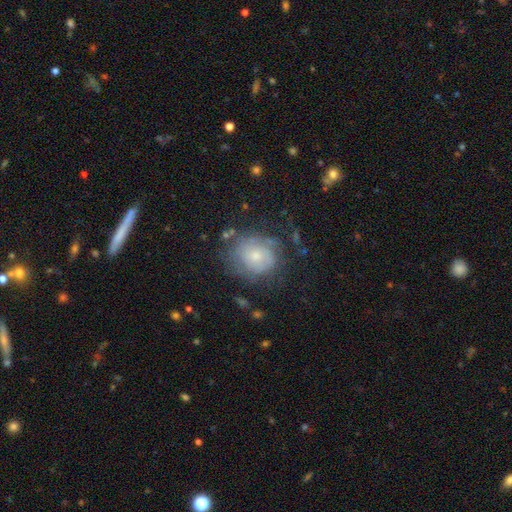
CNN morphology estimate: featured or disk 47%, smooth 42%, star or artifact 11%. Down the decision tree: merging — none (64%).